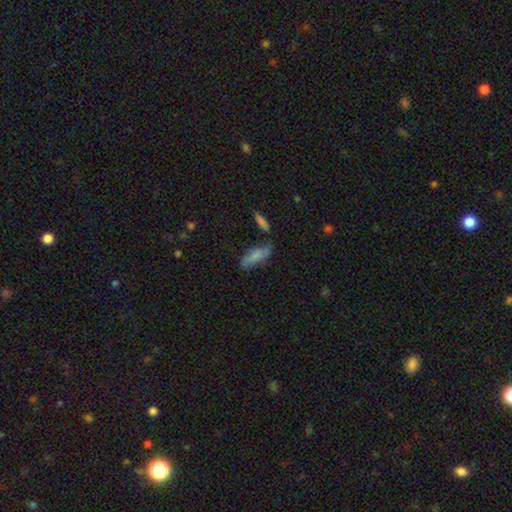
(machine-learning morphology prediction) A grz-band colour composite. It shows a smooth galaxy with no disk features (73%) that is in between round and cigar-shaped (61%). Merging: none (61%).